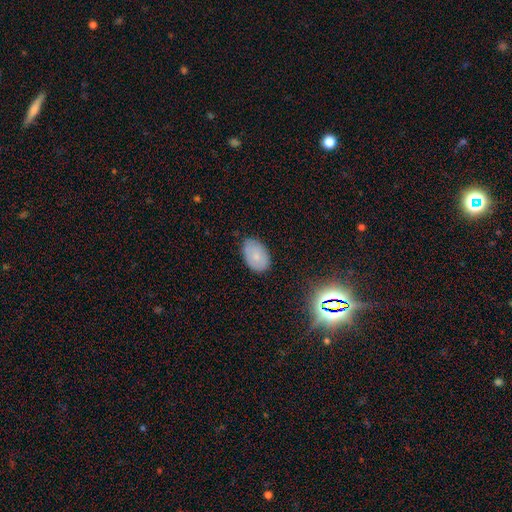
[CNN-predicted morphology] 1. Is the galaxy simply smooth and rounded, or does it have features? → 73% smooth, 17% featured or disk, 10% star or artifact.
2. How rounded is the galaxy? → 89% in between, 9% round, 1% cigar-shaped.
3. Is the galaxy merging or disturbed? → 77% none, 18% minor disturbance, 3% major disturbance, 1% merger.